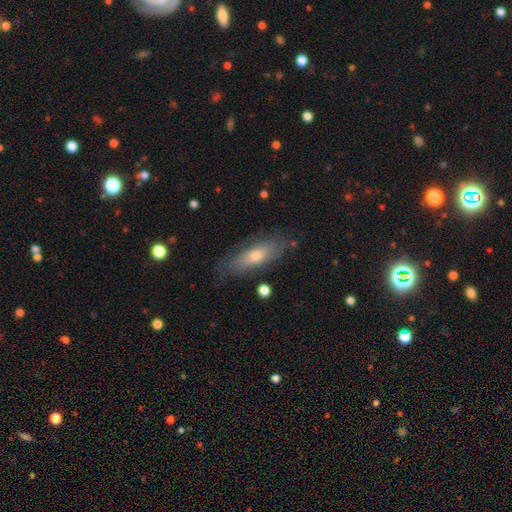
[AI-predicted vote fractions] Smooth or featured?
  - smooth: 54% *
  - featured or disk: 39%
  - star or artifact: 7%
How rounded?
  - in between: 49% * (tied)
  - cigar-shaped: 49% * (tied)
  - round: 3%
Merging?
  - none: 79% *
  - minor disturbance: 15%
  - major disturbance: 4%
  - merger: 2%